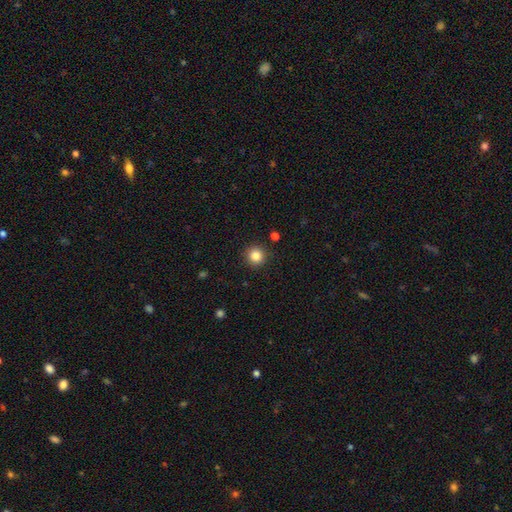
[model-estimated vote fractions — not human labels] Smooth or featured? smooth (84%)
How rounded? round (94%)
Merging? none (91%)